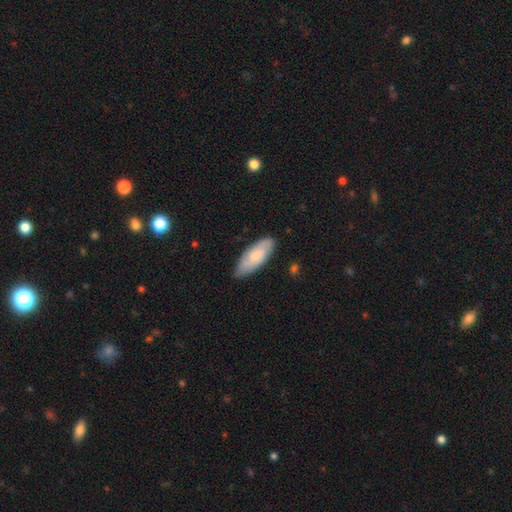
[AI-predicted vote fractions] The model was most divided on "smooth or featured": smooth: 64%, featured or disk: 30%, star or artifact: 6%. More confident: merging — none (80%); how rounded — in between (75%).